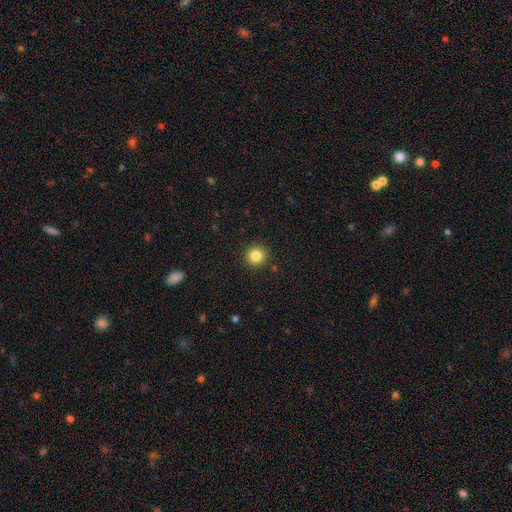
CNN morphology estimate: A smooth galaxy with no disk features (83%) that is round (95%). Merging: none (92%).